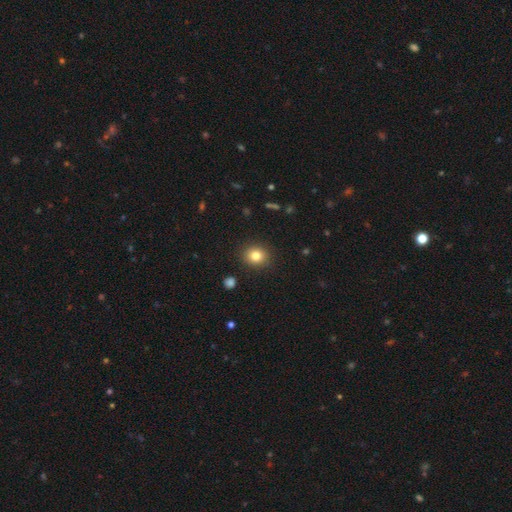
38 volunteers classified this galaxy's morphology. Smooth or featured? smooth (87%)
How rounded? round (85%)
Merging? none (89%)